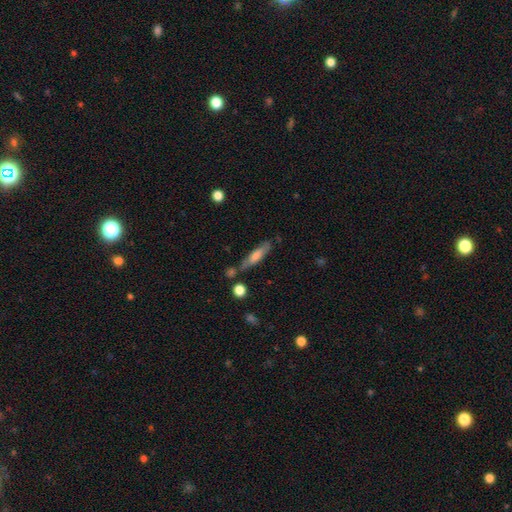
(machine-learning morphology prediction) smooth_or_featured: featured or disk (p=0.46) [alt: smooth p=0.45]
merging: none (p=0.72) [alt: minor disturbance p=0.16]